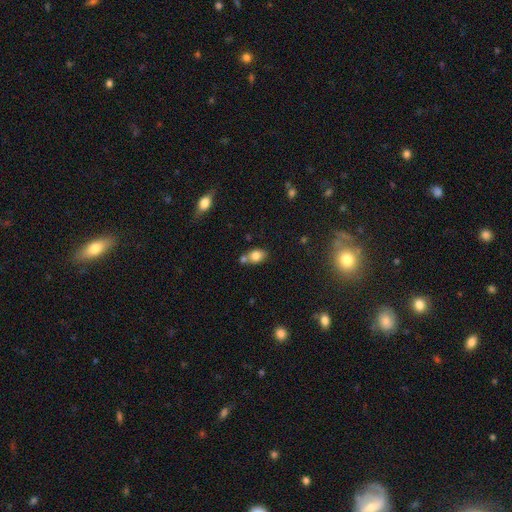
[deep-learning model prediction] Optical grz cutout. It shows a smooth galaxy with no disk features (79%) that is in between round and cigar-shaped (68%). Merging: none (49%).